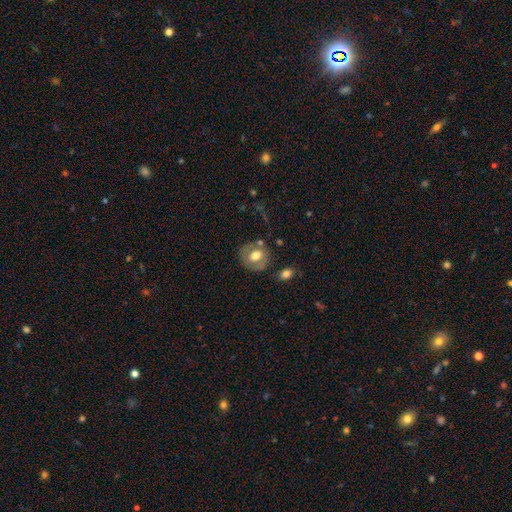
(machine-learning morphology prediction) A smooth galaxy with no disk features (56%) that is round (71%). Merging: none (71%).